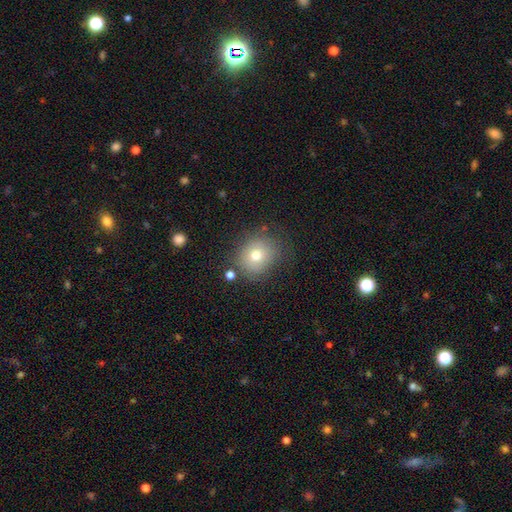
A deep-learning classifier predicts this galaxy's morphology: smooth_or_featured: smooth (p=0.72) [alt: featured or disk p=0.14]
how_rounded: round (p=0.74) [alt: in between p=0.25]
merging: none (p=0.72) [alt: minor disturbance p=0.17]